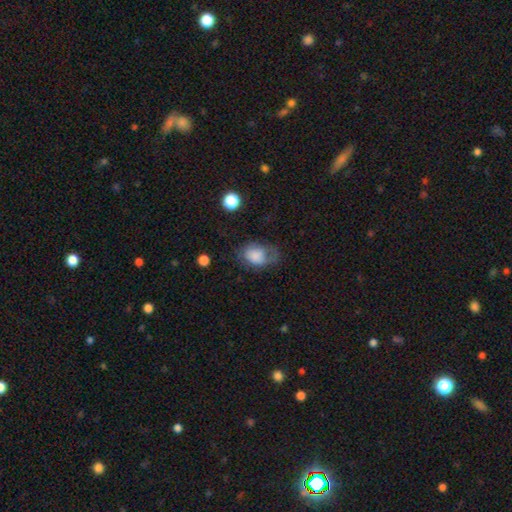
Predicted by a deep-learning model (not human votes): smooth_or_featured: smooth (p=0.73) [alt: featured or disk p=0.18]
how_rounded: in between (p=0.73) [alt: round p=0.25]
merging: none (p=0.41) [alt: minor disturbance p=0.31]